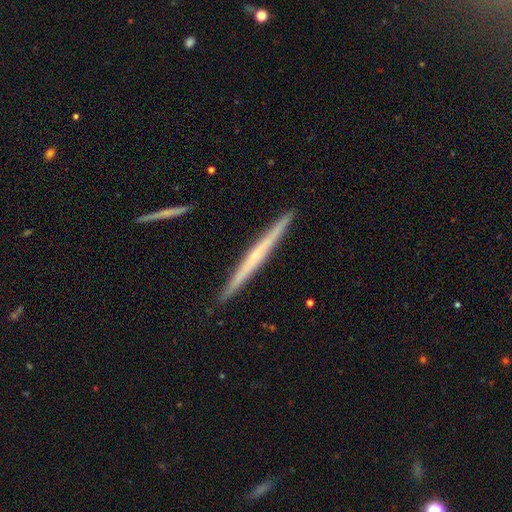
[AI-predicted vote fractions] Morphology: type=featured or disk (60%); edge-on=yes (98%); edge-on bulge=none (78%); merging=none (92%).